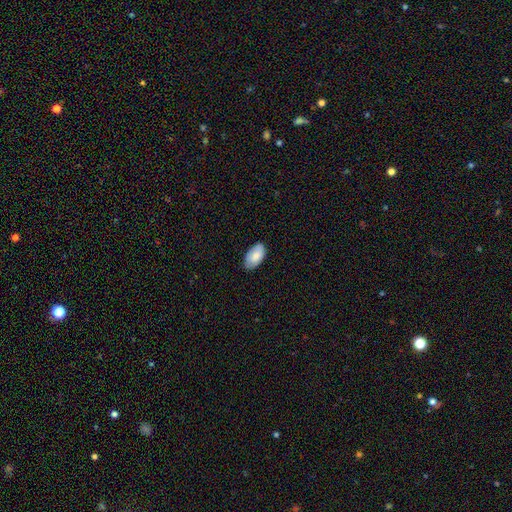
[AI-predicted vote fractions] A smooth galaxy with no disk features (81%) that is in between round and cigar-shaped (95%).

Vote fractions:
- Smooth or featured? smooth: 81% / featured or disk: 13% / star or artifact: 6%
- How rounded? in between: 95% / round: 3% / cigar-shaped: 2%
- Merging? none: 80% / minor disturbance: 16% / major disturbance: 2% / merger: 1%